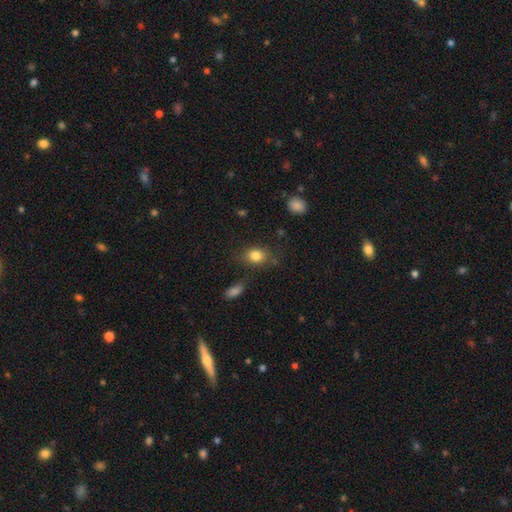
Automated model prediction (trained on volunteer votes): smooth_or_featured: smooth (p=0.82) [alt: star or artifact p=0.10]
how_rounded: in between (p=0.57) [alt: round p=0.42]
merging: none (p=0.74) [alt: minor disturbance p=0.17]